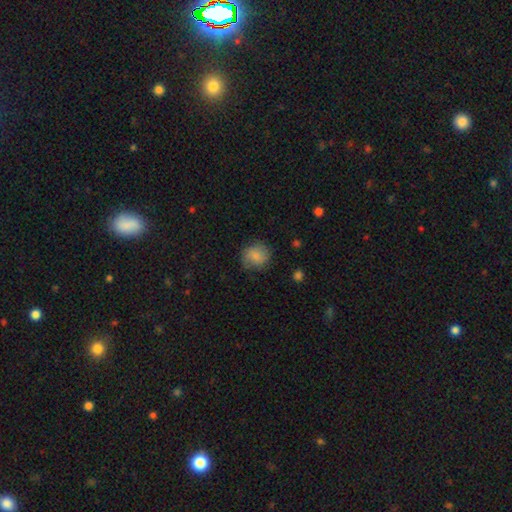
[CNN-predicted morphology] smooth-or-featured: smooth: 83% | featured or disk: 9% | star or artifact: 8%
  how-rounded: round: 82% | in between: 17% | cigar-shaped: 1%
  merging: none: 78% | minor disturbance: 16% | major disturbance: 5% | merger: 1%